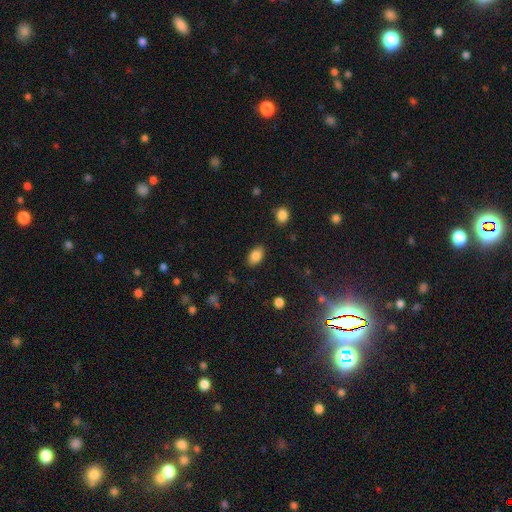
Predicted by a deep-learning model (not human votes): smooth_or_featured: smooth (p=0.84) [alt: star or artifact p=0.08]
how_rounded: in between (p=0.90) [alt: round p=0.08]
merging: none (p=0.86) [alt: minor disturbance p=0.10]